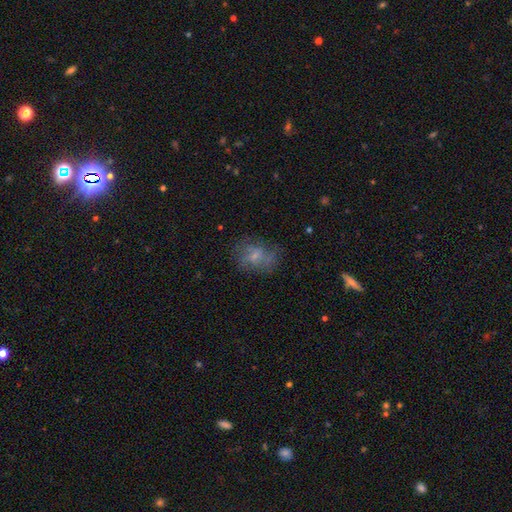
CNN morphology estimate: Smooth or featured?
  - featured or disk: 45% *
  - smooth: 43%
  - star or artifact: 12%
Merging?
  - none: 57% *
  - minor disturbance: 23%
  - major disturbance: 17%
  - merger: 2%